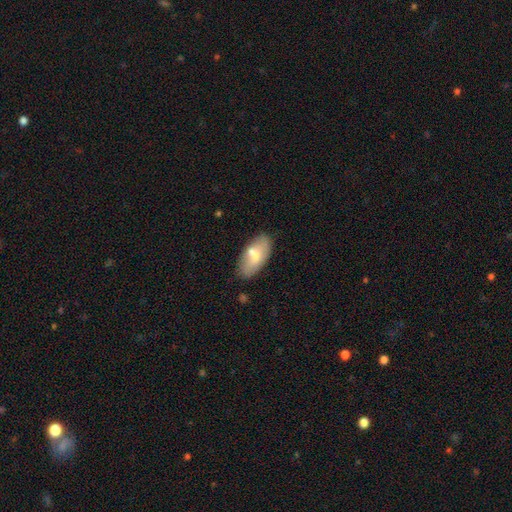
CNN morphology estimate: This is likely a smooth galaxy (65%). How rounded: clearly in between (92%). Merging: likely none (68%).